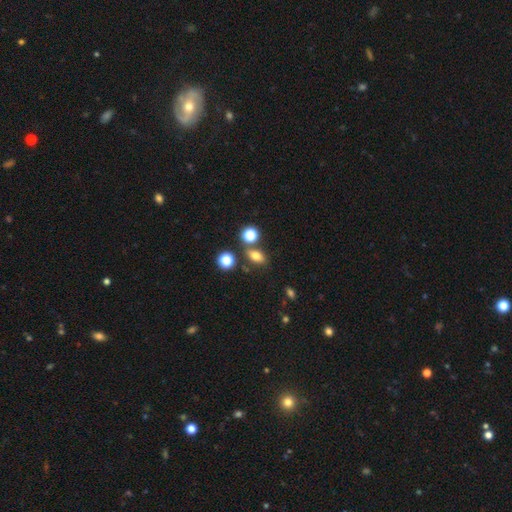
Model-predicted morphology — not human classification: A smooth galaxy with no disk features (74%) that is in between round and cigar-shaped (74%).

Vote fractions:
- Smooth or featured? smooth: 74% / star or artifact: 15% / featured or disk: 11%
- How rounded? in between: 74% / round: 22% / cigar-shaped: 4%
- Merging? none: 72% / merger: 13% / minor disturbance: 11% / major disturbance: 4%